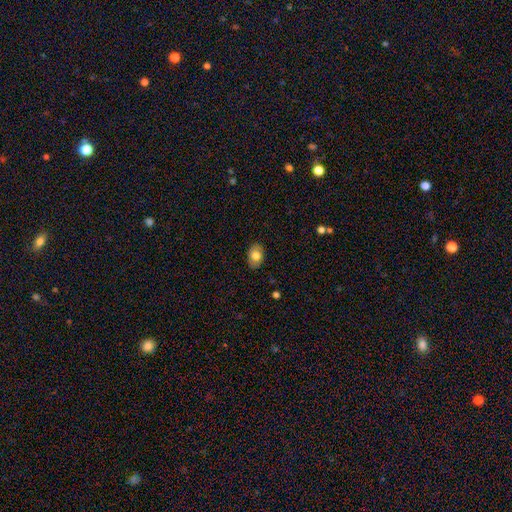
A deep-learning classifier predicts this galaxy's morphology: Smooth or featured?
  - smooth: 79% *
  - featured or disk: 14%
  - star or artifact: 7%
How rounded?
  - in between: 84% *
  - round: 15%
  - cigar-shaped: 1%
Merging?
  - none: 87% *
  - minor disturbance: 10%
  - major disturbance: 2%
  - merger: 1%